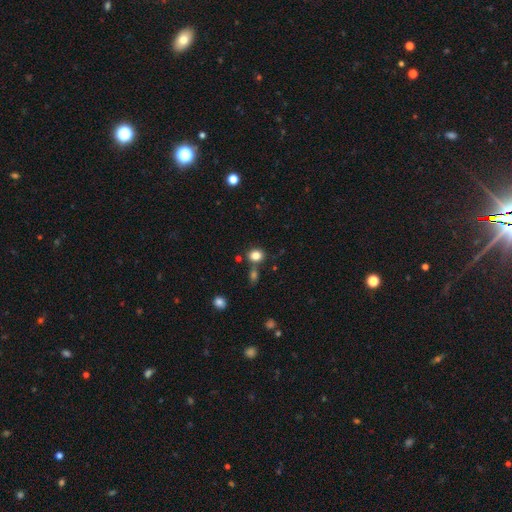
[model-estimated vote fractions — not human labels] smooth 83%, star or artifact 12%, featured or disk 5%. Down the decision tree: how rounded — round (68%); merging — none (71%).